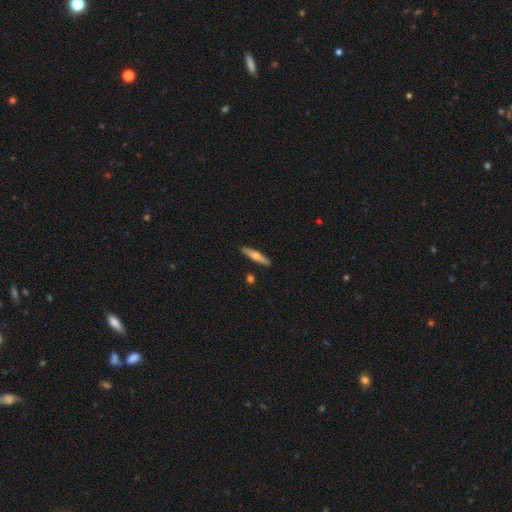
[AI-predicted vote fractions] smooth-or-featured: featured or disk: 48% | smooth: 46% | star or artifact: 6%
  merging: none: 89% | minor disturbance: 7% | merger: 2% | major disturbance: 1%